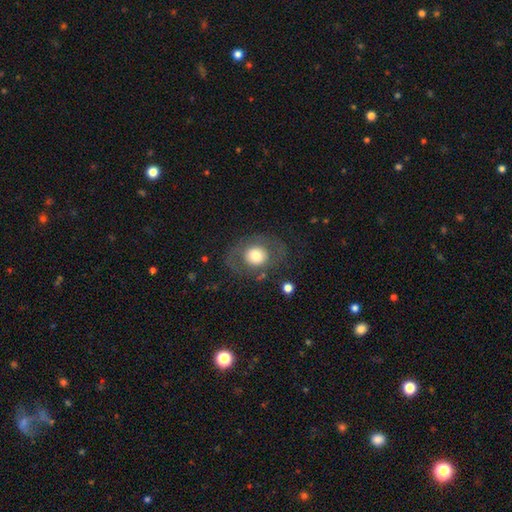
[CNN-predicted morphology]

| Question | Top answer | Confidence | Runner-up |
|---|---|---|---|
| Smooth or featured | smooth | 60% | featured or disk (31%) |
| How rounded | round | 60% | in between (39%) |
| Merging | none | 72% | minor disturbance (14%) |